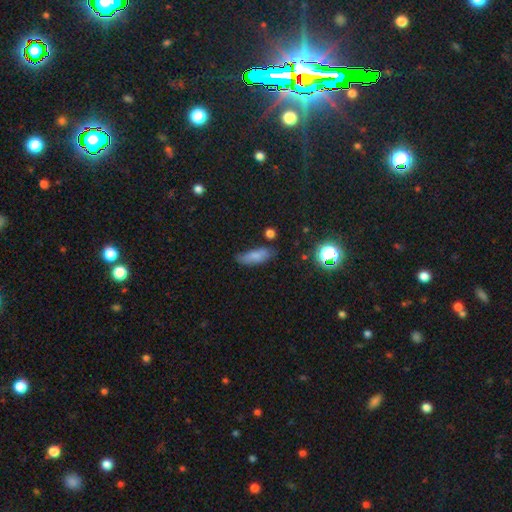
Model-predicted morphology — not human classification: type=smooth (78%); roundness=in between (62%); merging=none (72%).